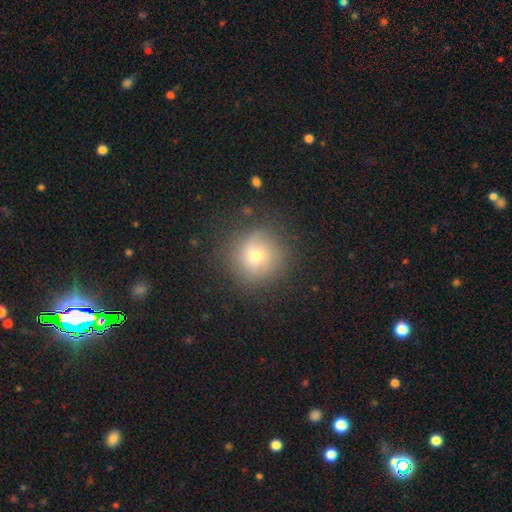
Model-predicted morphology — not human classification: Smooth or featured: smooth — 59% (featured or disk — 27%)
How rounded: round — 92% (in between — 7%)
Merging: none — 80% (minor disturbance — 13%)